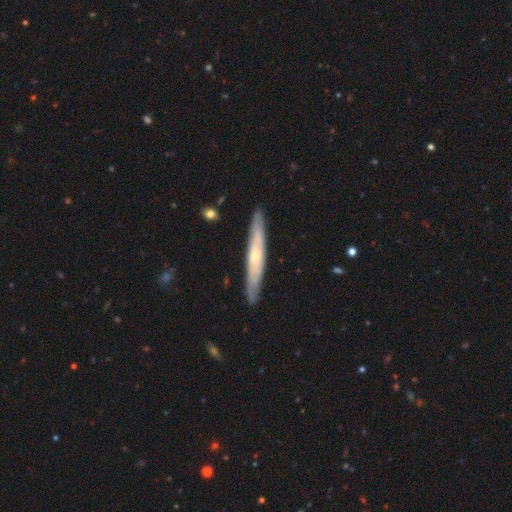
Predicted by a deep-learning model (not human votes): featured or disk 56%, smooth 38%, star or artifact 6%. Down the decision tree: edge-on disk — yes (86%); merging — none (89%).